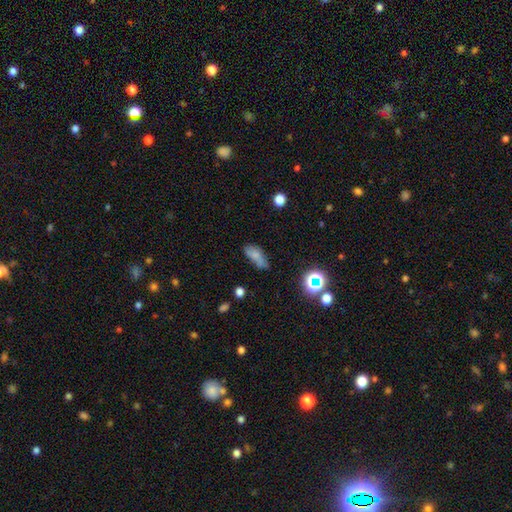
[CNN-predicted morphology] The model was most divided on "merging": none: 50%, minor disturbance: 31%, major disturbance: 12%, merger: 7%. More confident: how rounded — in between (82%); smooth or featured — smooth (68%).